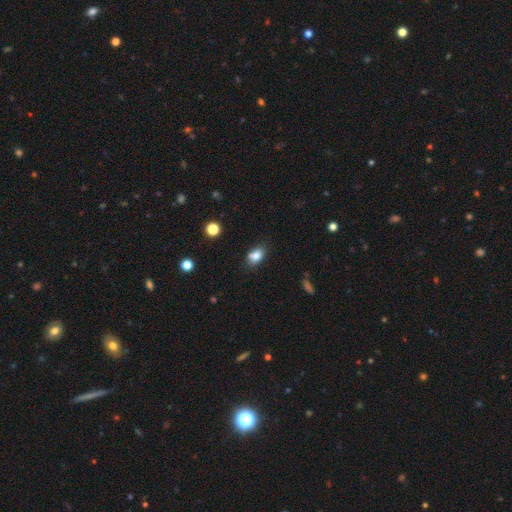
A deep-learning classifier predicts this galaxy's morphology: Smooth or featured?
  - smooth: 83% *
  - star or artifact: 10%
  - featured or disk: 8%
How rounded?
  - in between: 83% *
  - round: 14%
  - cigar-shaped: 2%
Merging?
  - none: 72% *
  - minor disturbance: 19%
  - merger: 5%
  - major disturbance: 4%